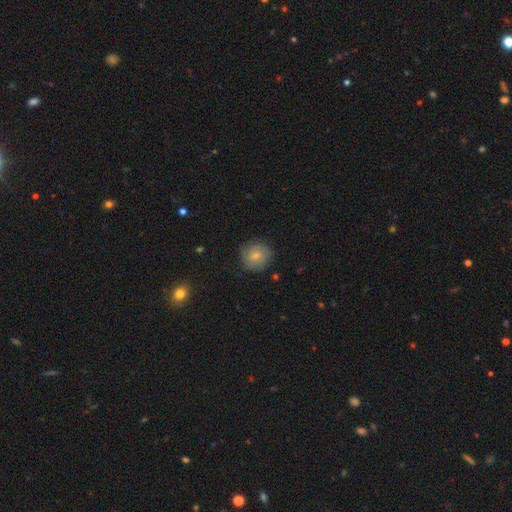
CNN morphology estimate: A smooth galaxy with no disk features (64%) that is round (90%). Merging: none (80%).